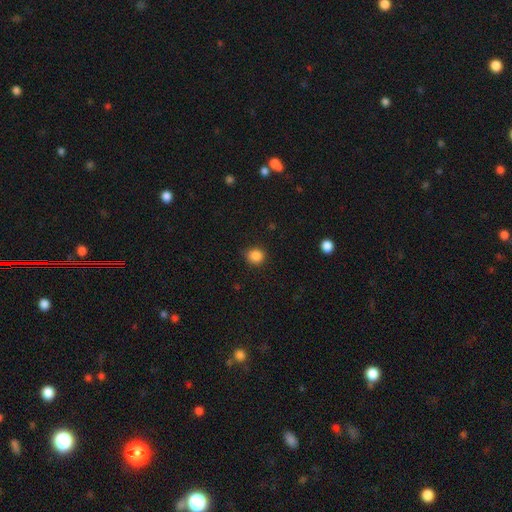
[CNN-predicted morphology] Smooth or featured?
  - smooth: 86% *
  - star or artifact: 10%
  - featured or disk: 3%
How rounded?
  - round: 83% *
  - in between: 16%
  - cigar-shaped: 1%
Merging?
  - none: 84% *
  - minor disturbance: 12%
  - major disturbance: 3%
  - merger: 1%